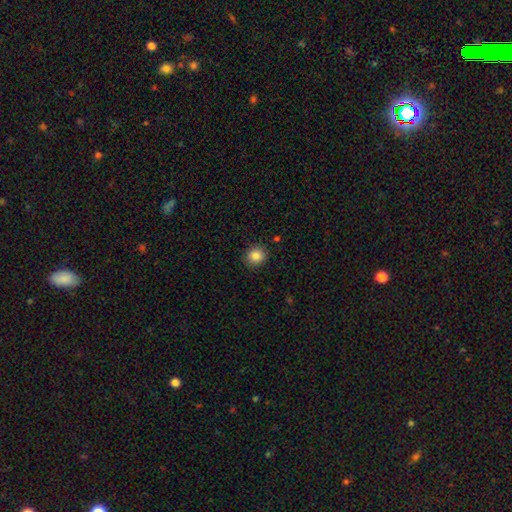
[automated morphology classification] type=smooth (85%); roundness=round (80%); merging=none (90%).